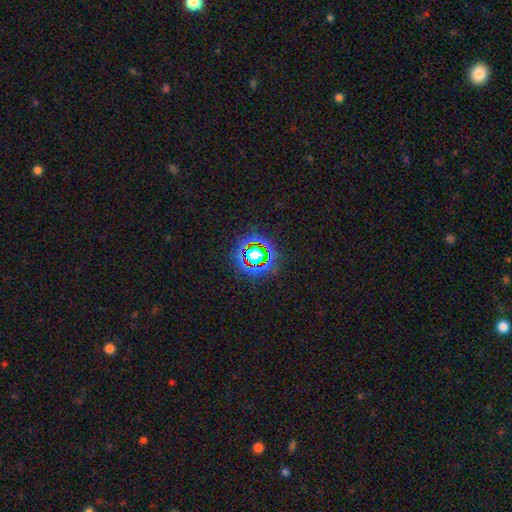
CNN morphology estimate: This appears to be a star or artifact, not a galaxy (78%).